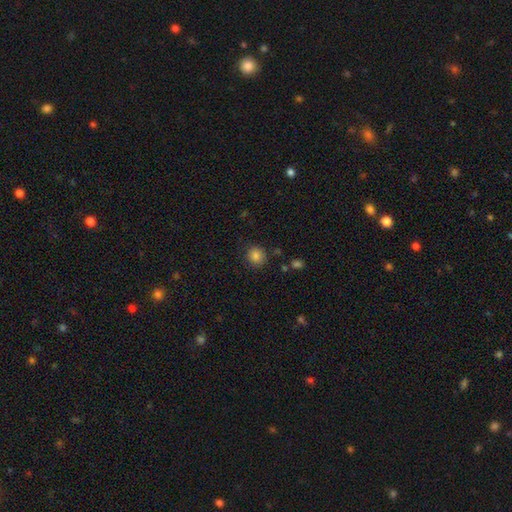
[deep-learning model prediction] Q: Smooth or featured?
A: smooth (83%); runner-up: star or artifact (11%)
Q: How rounded?
A: round (89%); runner-up: in between (10%)
Q: Merging?
A: none (86%); runner-up: minor disturbance (9%)